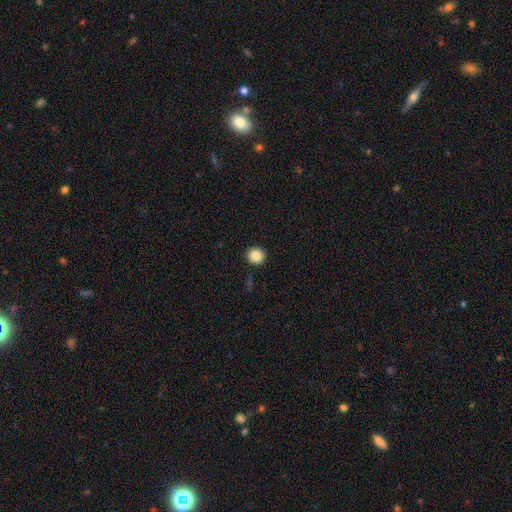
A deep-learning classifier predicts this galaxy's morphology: type=smooth (86%); roundness=round (90%); merging=none (91%).